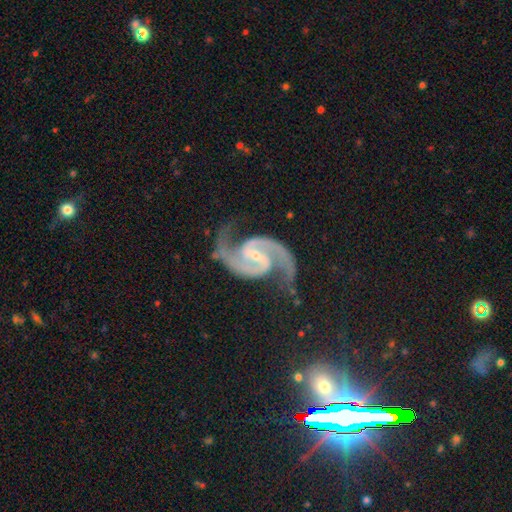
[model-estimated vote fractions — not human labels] featured or disk 94%, star or artifact 4%, smooth 2%. Down the decision tree: edge-on disk — no (98%); bar — weak (44%); spiral arms — yes (99%); spiral arm count — 2 (95%); spiral winding — medium (63%); bulge size — small (73%); merging — none (77%).